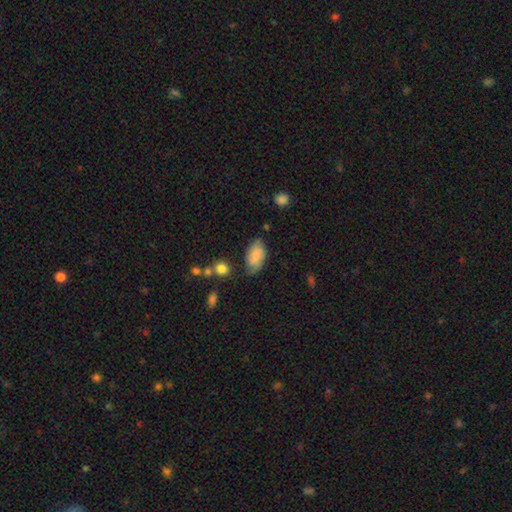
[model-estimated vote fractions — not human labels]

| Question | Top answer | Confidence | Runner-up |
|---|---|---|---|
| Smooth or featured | smooth | 75% | featured or disk (18%) |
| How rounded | in between | 93% | round (4%) |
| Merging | none | 68% | minor disturbance (24%) |